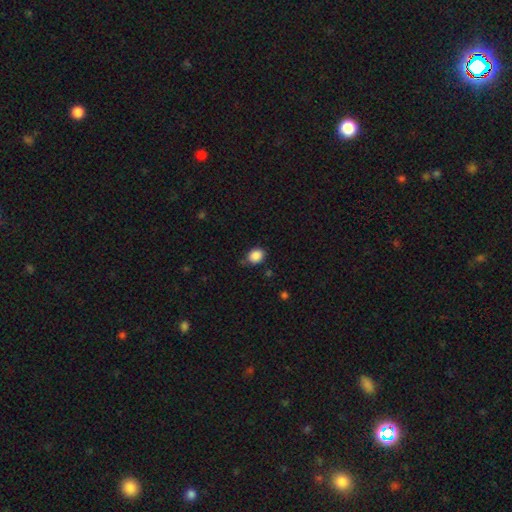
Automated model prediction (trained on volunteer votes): Q: Smooth or featured?
A: smooth (88%); runner-up: star or artifact (9%)
Q: How rounded?
A: round (58%); runner-up: in between (41%)
Q: Merging?
A: none (76%); runner-up: minor disturbance (18%)